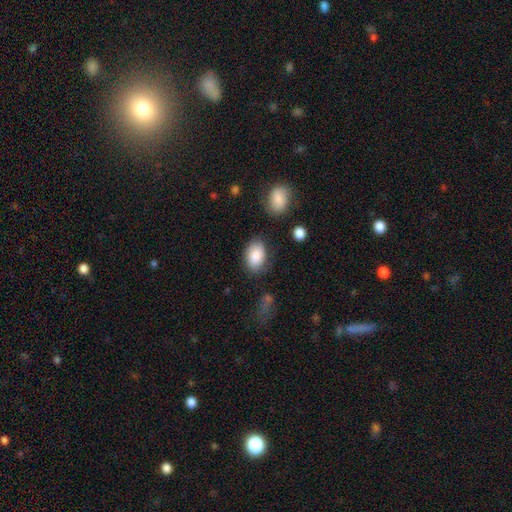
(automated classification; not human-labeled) Smooth or featured?
  - smooth: 86% *
  - featured or disk: 7%
  - star or artifact: 7%
How rounded?
  - in between: 87% *
  - round: 12%
  - cigar-shaped: 1%
Merging?
  - none: 73% *
  - minor disturbance: 18%
  - major disturbance: 5%
  - merger: 4%